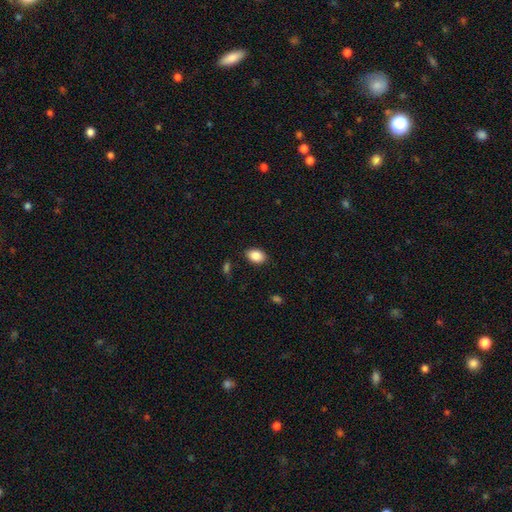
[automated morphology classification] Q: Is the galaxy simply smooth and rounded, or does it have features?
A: smooth — 88%.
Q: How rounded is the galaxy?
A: in between — 83%.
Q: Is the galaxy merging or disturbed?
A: none — 85%.